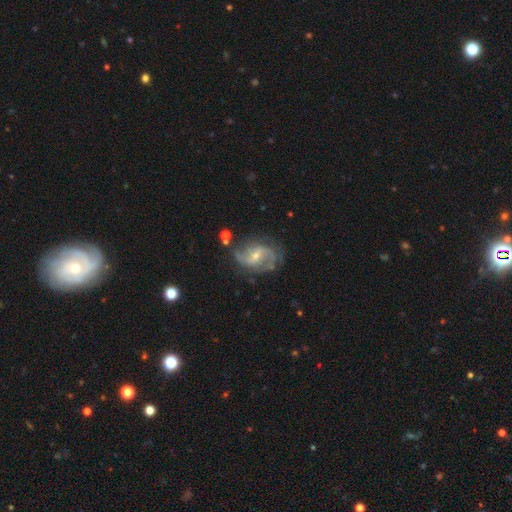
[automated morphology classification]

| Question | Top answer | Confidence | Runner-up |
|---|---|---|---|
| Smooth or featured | featured or disk | 86% | smooth (7%) |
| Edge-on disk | no | 97% | yes (3%) |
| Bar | weak | 50% | no (34%) |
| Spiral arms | yes | 95% | no (5%) |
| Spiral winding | medium | 46% | loose (36%) |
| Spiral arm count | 2 | 72% | can't tell (11%) |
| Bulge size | small | 63% | moderate (33%) |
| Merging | none | 66% | minor disturbance (20%) |